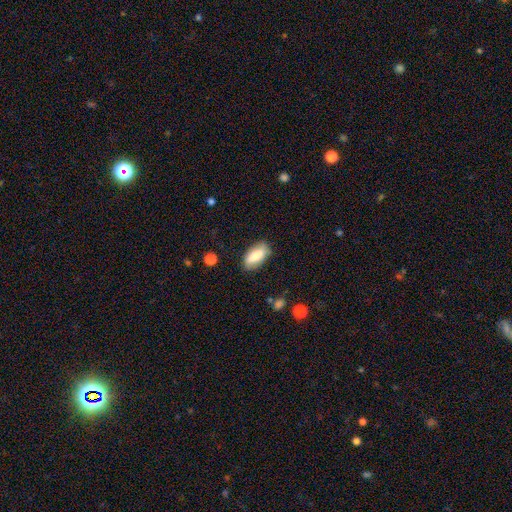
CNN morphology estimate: This is likely a smooth galaxy (71%). How rounded: clearly in between (89%). Merging: clearly none (82%).